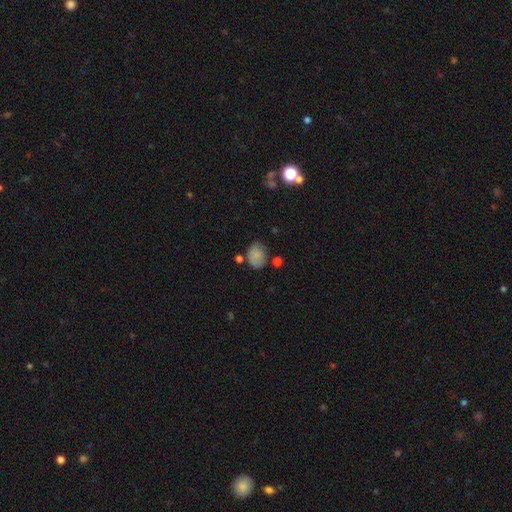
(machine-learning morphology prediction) The model was most divided on "how rounded": in between: 61%, round: 38%, cigar-shaped: 1%. More confident: smooth or featured — smooth (78%); merging — none (59%).